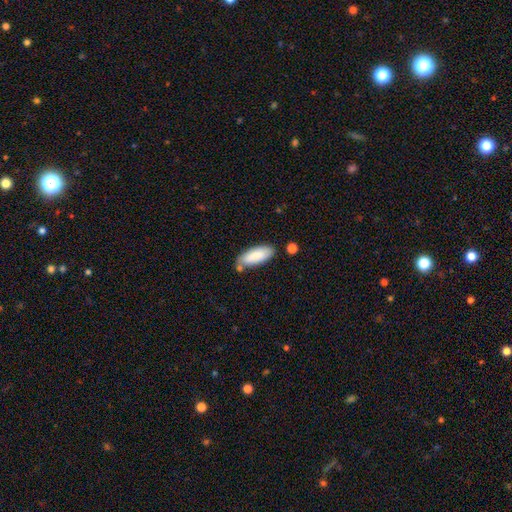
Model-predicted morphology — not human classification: Smooth or featured? smooth (86%)
How rounded? in between (73%)
Merging? none (71%)